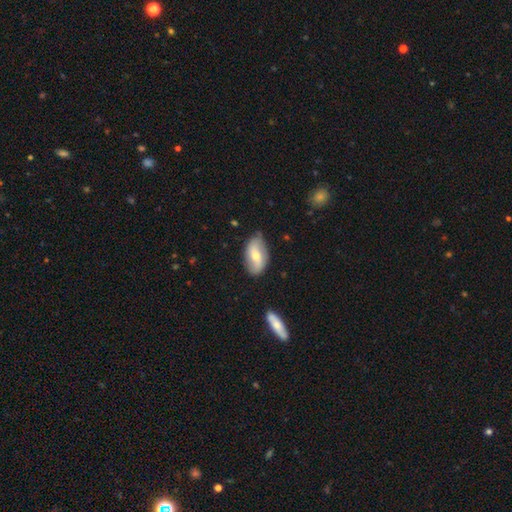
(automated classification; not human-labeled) Overall: smooth (47%, tied with featured or disk). Merging: none (73%).